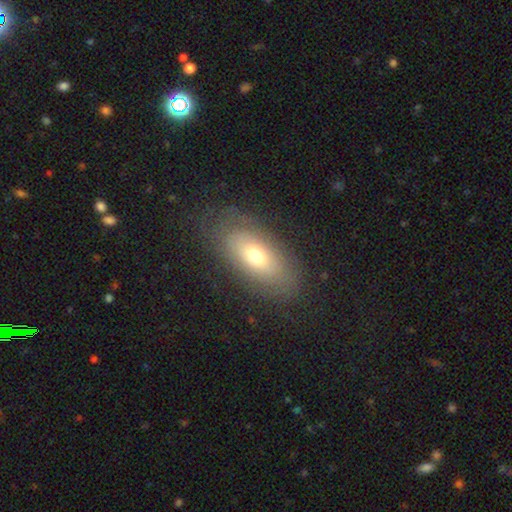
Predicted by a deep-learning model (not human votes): smooth-or-featured: smooth: 61% | featured or disk: 30% | star or artifact: 9%
  how-rounded: in between: 88% | cigar-shaped: 7% | round: 5%
  merging: none: 78% | minor disturbance: 14% | major disturbance: 7% | merger: 1%